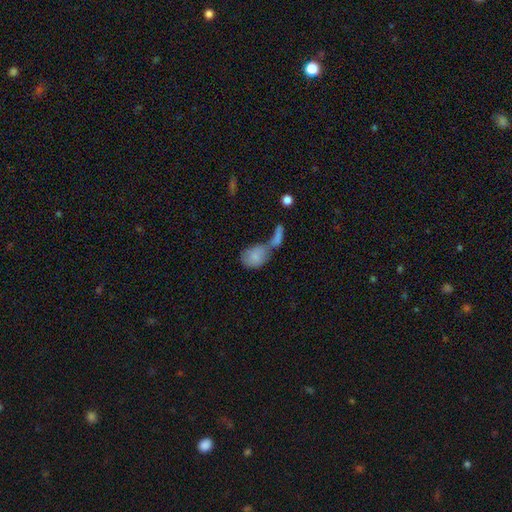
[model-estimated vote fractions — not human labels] This appears to be a smooth galaxy with no disk features (81%) that is in between round and cigar-shaped (72%). Merging: merger (62%).